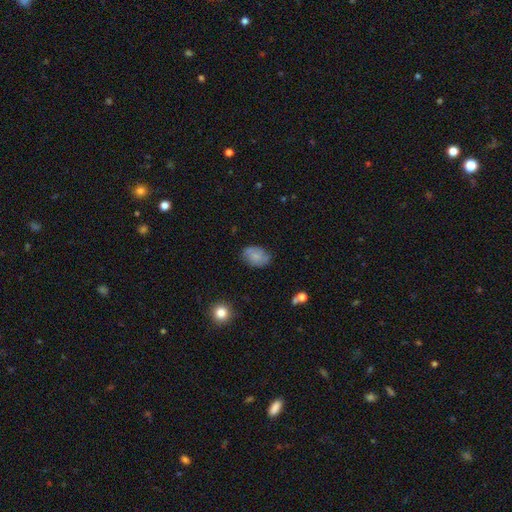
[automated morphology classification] Smooth or featured? Predicted: smooth (p=0.74). How rounded? Predicted: in between (p=0.85). Merging? Predicted: none (p=0.76).